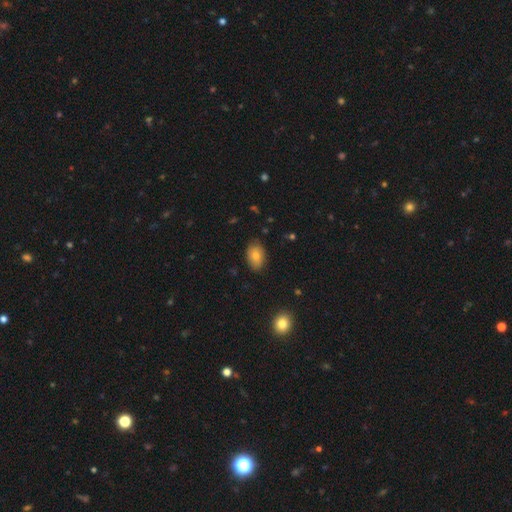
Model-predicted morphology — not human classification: Overall: smooth (77%). How rounded: in between (86%). Merging: none (80%).